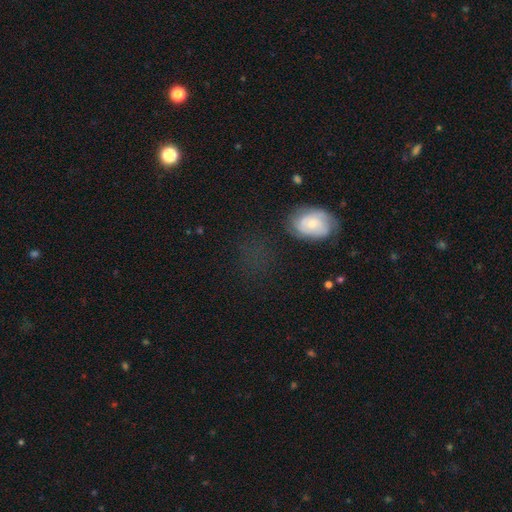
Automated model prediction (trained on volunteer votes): smooth 46%, star or artifact 28%, featured or disk 25%. Down the decision tree: merging — none (52%).